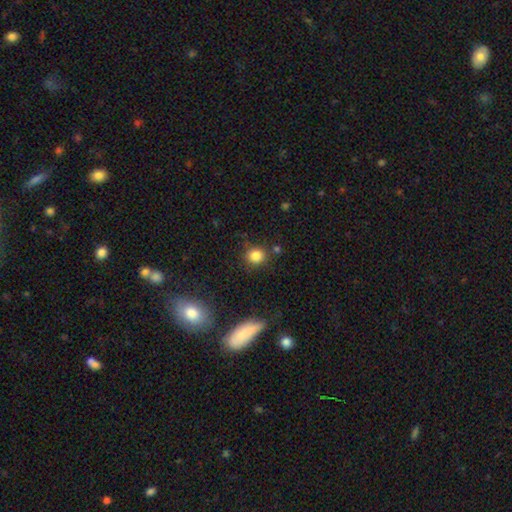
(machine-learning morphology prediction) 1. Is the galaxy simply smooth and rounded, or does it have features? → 83% smooth, 12% star or artifact, 5% featured or disk.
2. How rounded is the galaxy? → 84% round, 15% in between, 1% cigar-shaped.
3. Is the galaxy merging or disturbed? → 79% none, 12% minor disturbance, 6% merger, 4% major disturbance.